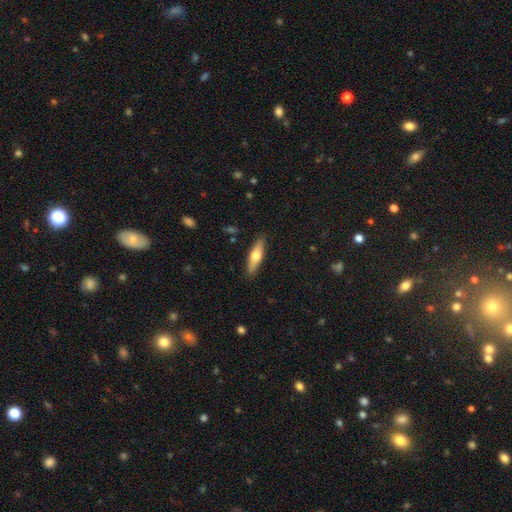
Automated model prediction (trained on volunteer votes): This is possibly a smooth galaxy (55%). How rounded: likely cigar-shaped (63%). Merging: clearly none (89%).